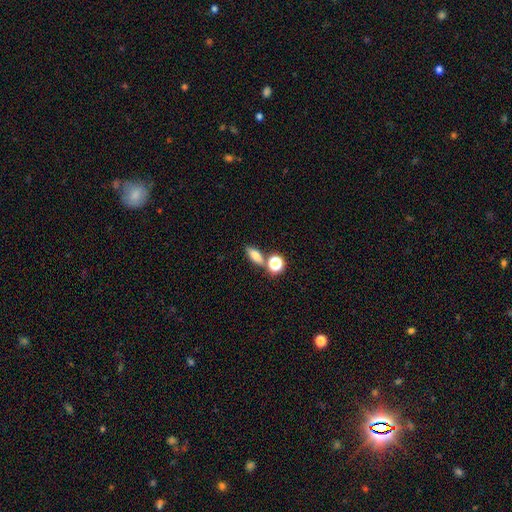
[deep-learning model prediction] smooth-or-featured: smooth: 72% | featured or disk: 15% | star or artifact: 13%
  how-rounded: in between: 60% | cigar-shaped: 22% | round: 17%
  merging: none: 68% | merger: 18% | minor disturbance: 11% | major disturbance: 4%